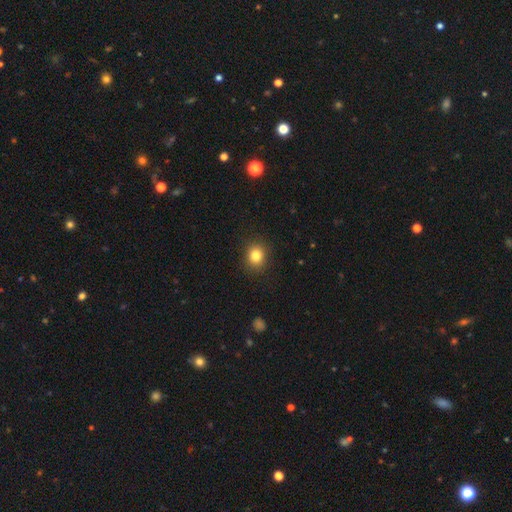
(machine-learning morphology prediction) Smooth or featured? smooth (83%)
How rounded? round (73%)
Merging? none (89%)